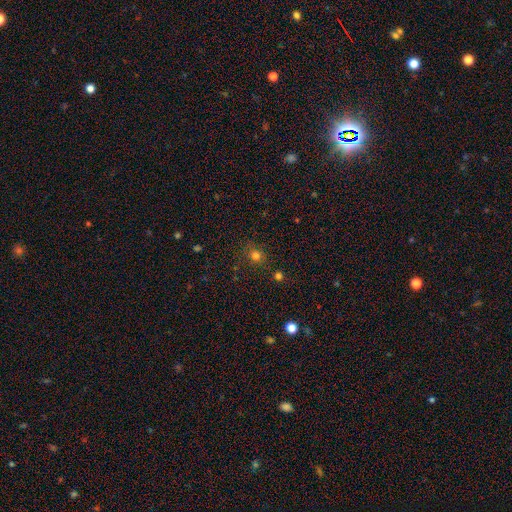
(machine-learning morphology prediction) This is likely a smooth galaxy (74%). How rounded: clearly round (81%). Merging: clearly none (82%).